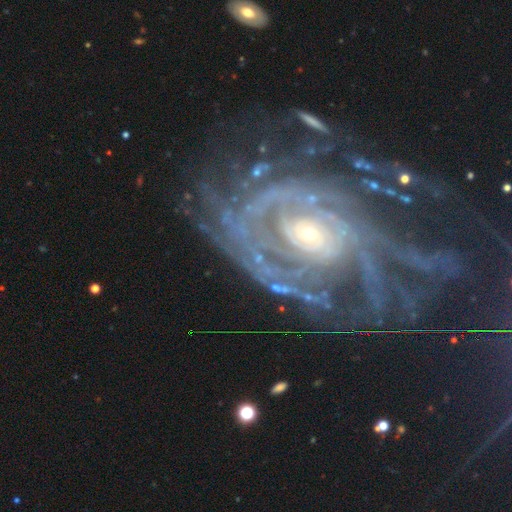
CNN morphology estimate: The model was most divided on "spiral arm count": can't tell: 30%, more than 4: 18%, 2: 16%, 4: 13%, 3: 13%, 1: 9%. More confident: edge-on disk — no (97%); spiral arms — yes (95%); smooth or featured — featured or disk (88%); bulge size — small (75%); spiral winding — tight (68%); bar — no (66%); merging — none (52%).